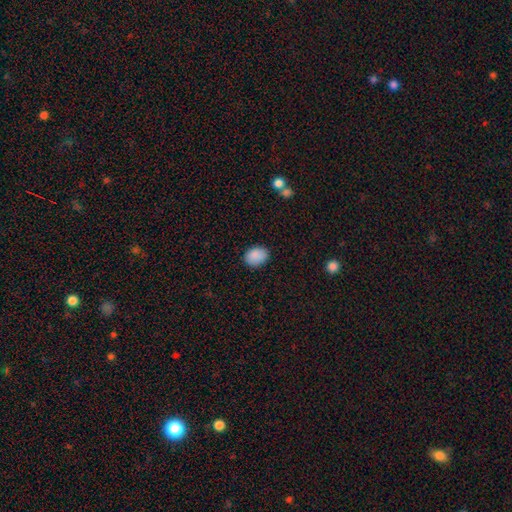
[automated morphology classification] smooth 88%, star or artifact 8%, featured or disk 4%. Down the decision tree: how rounded — in between (70%); merging — none (85%).